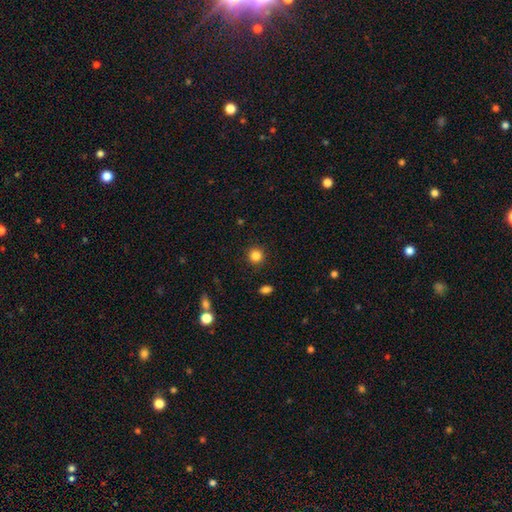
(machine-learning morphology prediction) This appears to be a smooth galaxy with no disk features (84%) that is round (93%). Merging: none (91%).